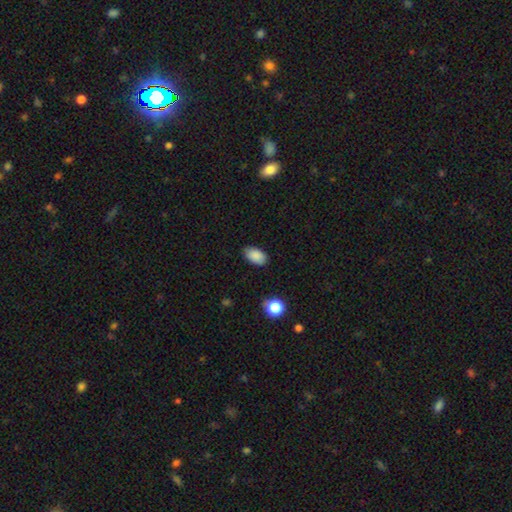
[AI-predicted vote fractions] A smooth galaxy with no disk features (88%) that is in between round and cigar-shaped (92%).

Vote fractions:
- Smooth or featured? smooth: 88% / star or artifact: 8% / featured or disk: 4%
- How rounded? in between: 92% / round: 7% / cigar-shaped: 1%
- Merging? none: 85% / minor disturbance: 11% / major disturbance: 2% / merger: 1%